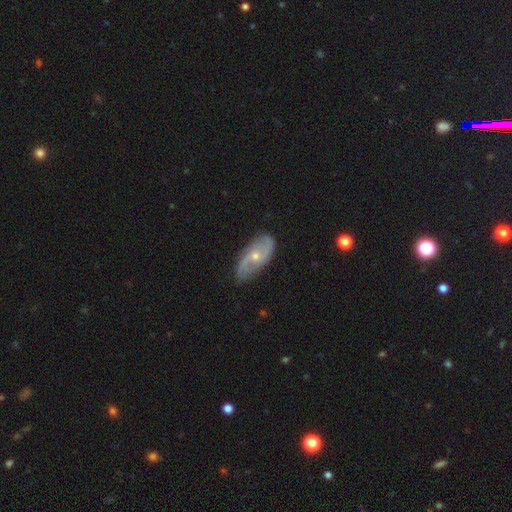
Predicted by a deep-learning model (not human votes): featured or disk 75%, smooth 19%, star or artifact 6%. Down the decision tree: edge-on disk — no (92%); bar — no (65%); spiral arms — yes (88%); spiral arm count — 2 (81%); spiral winding — loose (40%); bulge size — small (60%); merging — none (78%).